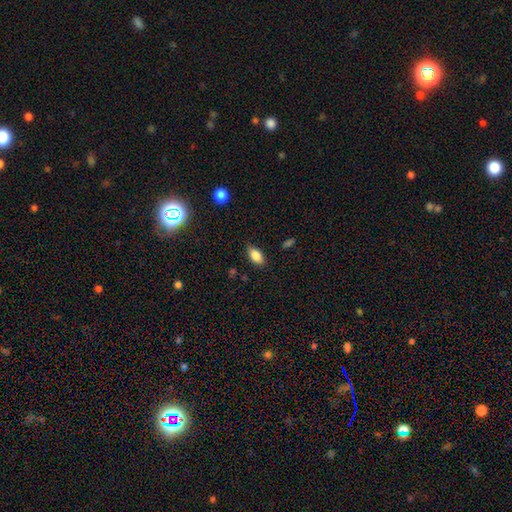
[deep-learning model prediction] Smooth or featured? smooth (85%)
How rounded? in between (89%)
Merging? none (83%)